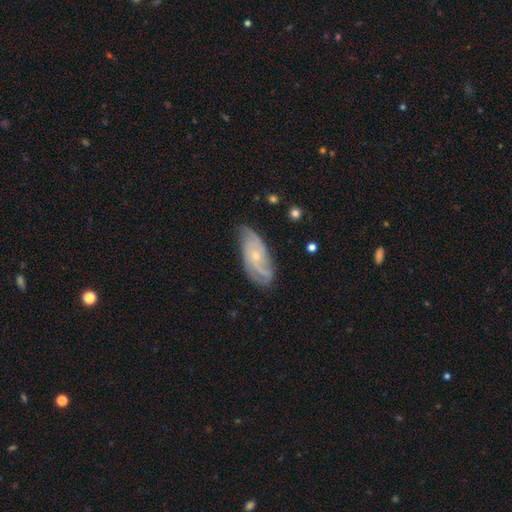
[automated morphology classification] A featured or disk galaxy (79%) with no bar (72%), 2 (36%) tight (42%, tied with medium) spiral arms (94%) and a small central bulge (72%).

Vote fractions:
- Smooth or featured? featured or disk: 79% / smooth: 15% / star or artifact: 6%
- Edge-on disk? no: 93% / yes: 7%
- Bar? no: 72% / weak: 24% / strong: 4%
- Spiral arms? yes: 94% / no: 6%
- Spiral winding? tight: 42% (tied) / medium: 42% (tied) / loose: 16%
- Spiral arm count? 2: 36% / 3: 26% / can't tell: 24% / 4: 7% / 1: 4% / more than 4: 4%
- Bulge size? small: 72% / moderate: 24% / none: 2% / large: 1% / dominant: 1%
- Merging? none: 70% / minor disturbance: 23% / major disturbance: 6% / merger: 1%